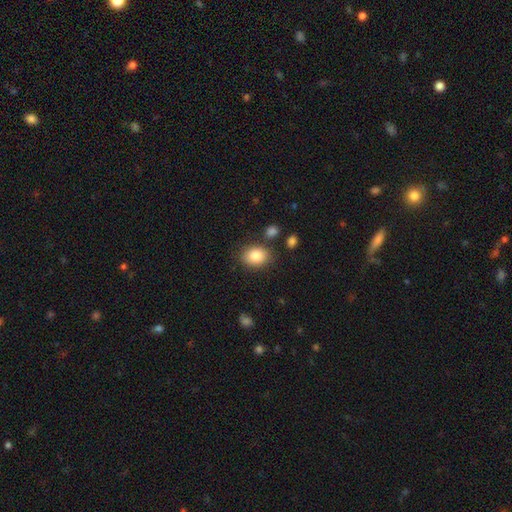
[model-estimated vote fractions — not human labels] smooth_or_featured: smooth (p=0.85) [alt: star or artifact p=0.08]
how_rounded: in between (p=0.61) [alt: round p=0.38]
merging: none (p=0.80) [alt: minor disturbance p=0.12]